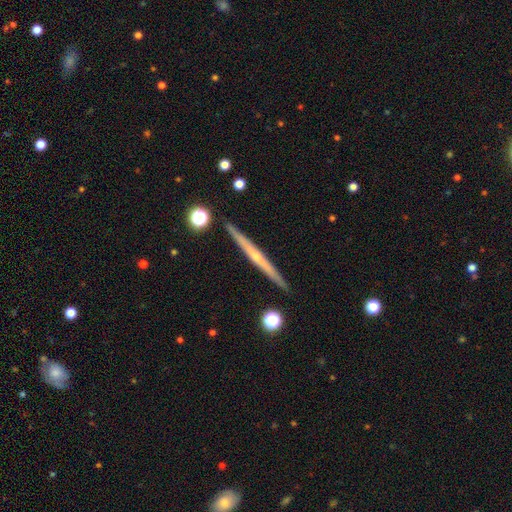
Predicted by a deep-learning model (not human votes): Q: Smooth or featured?
A: featured or disk (68%); runner-up: smooth (25%)
Q: Edge-on disk?
A: yes (98%); runner-up: no (2%)
Q: Edge-on bulge?
A: none (51%); runner-up: rounded (46%)
Q: Merging?
A: none (91%); runner-up: minor disturbance (6%)